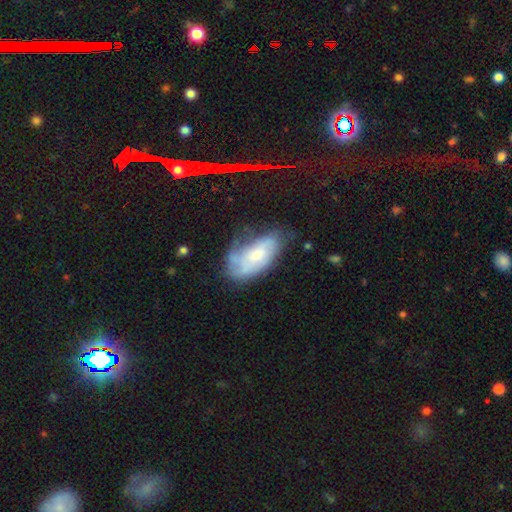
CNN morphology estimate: Smooth or featured: featured or disk — 46% (tied with smooth — 46%)
Merging: none — 44% (minor disturbance — 33%)